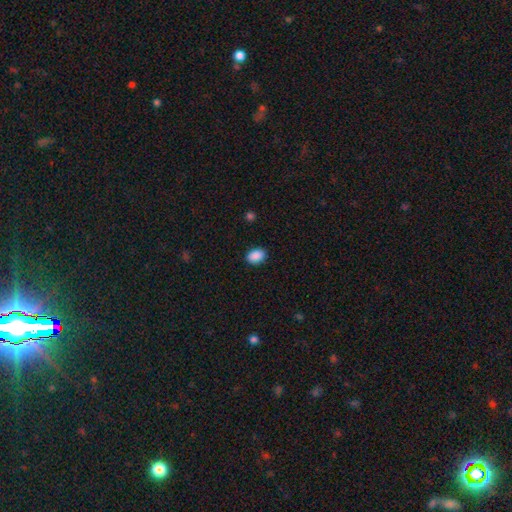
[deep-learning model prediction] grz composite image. It shows a smooth galaxy with no disk features (90%) that is in between round and cigar-shaped (77%). Merging: none (88%).